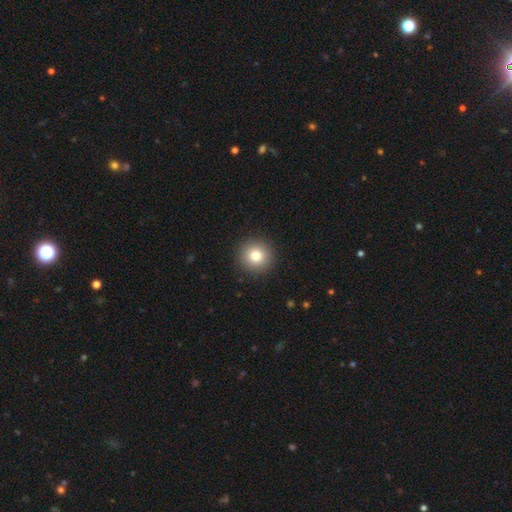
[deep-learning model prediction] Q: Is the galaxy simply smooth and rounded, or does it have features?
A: smooth — 82%.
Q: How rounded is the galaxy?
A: round — 95%.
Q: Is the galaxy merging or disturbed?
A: none — 92%.